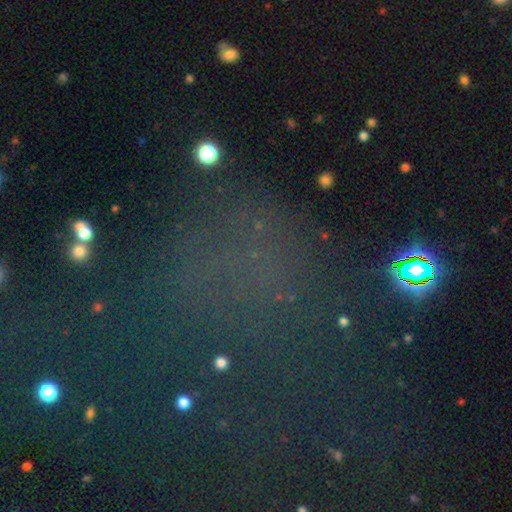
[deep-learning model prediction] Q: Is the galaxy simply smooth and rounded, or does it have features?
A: star or artifact — 58%.